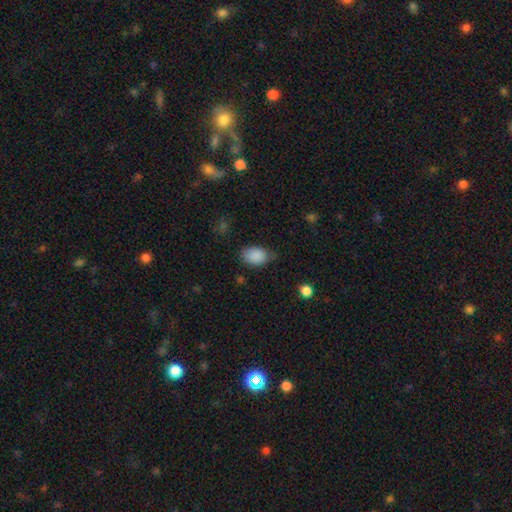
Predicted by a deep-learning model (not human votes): The model was most divided on "merging": none: 68%, minor disturbance: 25%, major disturbance: 6%, merger: 2%. More confident: smooth or featured — smooth (89%); how rounded — in between (84%).